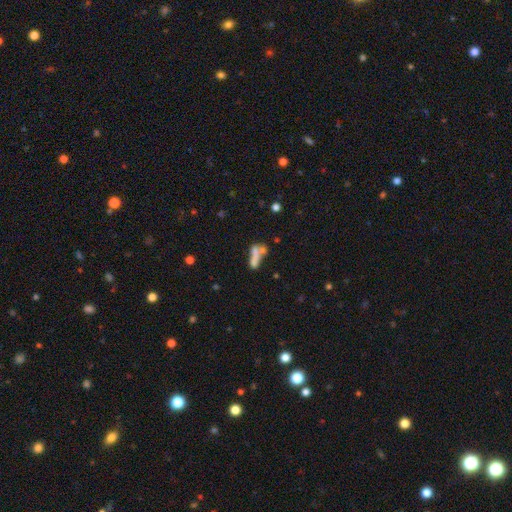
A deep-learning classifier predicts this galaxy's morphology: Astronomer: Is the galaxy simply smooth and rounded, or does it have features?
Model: smooth — 58%.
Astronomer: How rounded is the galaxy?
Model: in between — 52% (runner-up: cigar-shaped, 41%).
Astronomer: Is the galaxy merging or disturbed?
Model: merger — 52%.